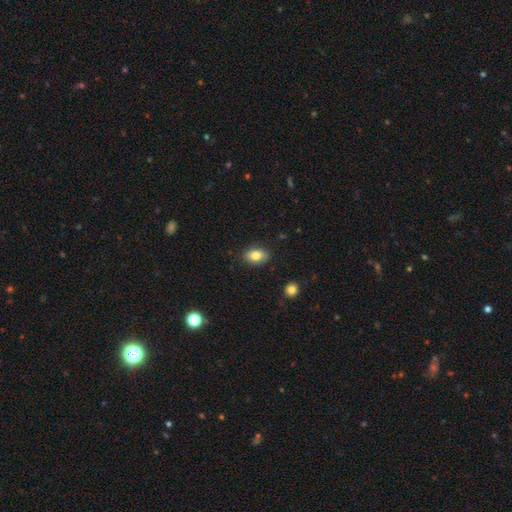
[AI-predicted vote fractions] Smooth or featured?
  - smooth: 82% *
  - featured or disk: 10%
  - star or artifact: 8%
How rounded?
  - in between: 81% *
  - round: 18%
  - cigar-shaped: 1%
Merging?
  - none: 85% *
  - minor disturbance: 11%
  - major disturbance: 2%
  - merger: 1%